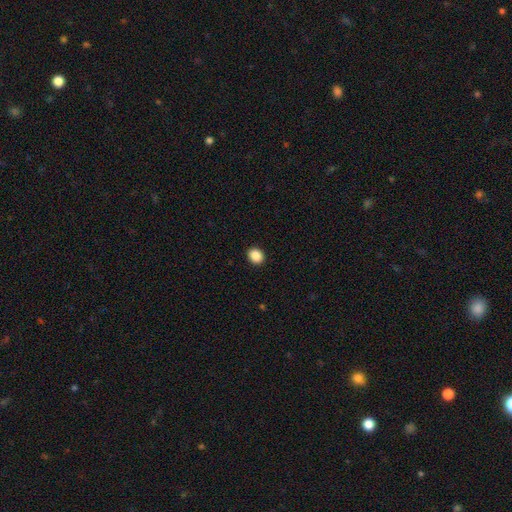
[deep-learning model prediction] Q: Smooth or featured?
A: smooth (89%); runner-up: star or artifact (9%)
Q: How rounded?
A: round (62%); runner-up: in between (37%)
Q: Merging?
A: none (92%); runner-up: minor disturbance (5%)